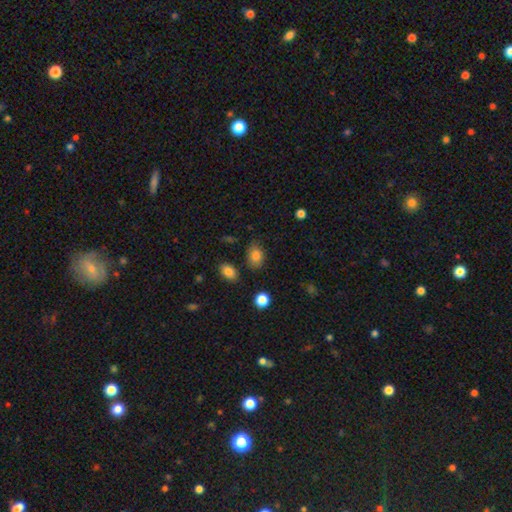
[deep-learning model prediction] Q: Smooth or featured?
A: smooth (83%); runner-up: star or artifact (10%)
Q: How rounded?
A: in between (72%); runner-up: round (27%)
Q: Merging?
A: none (77%); runner-up: minor disturbance (16%)